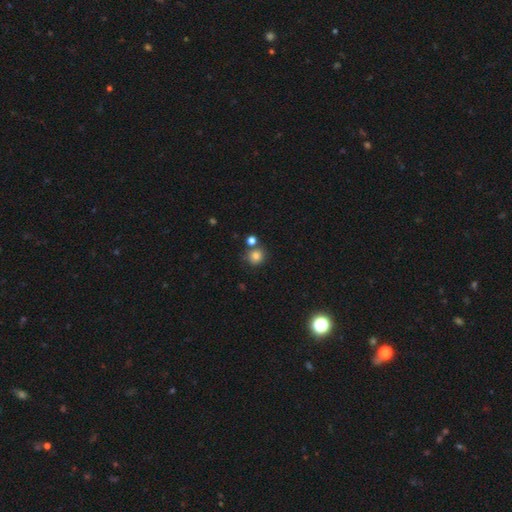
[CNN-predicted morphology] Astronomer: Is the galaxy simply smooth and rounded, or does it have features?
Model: smooth — 81%.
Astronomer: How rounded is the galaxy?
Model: round — 90%.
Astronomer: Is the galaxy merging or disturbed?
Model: none — 71%.